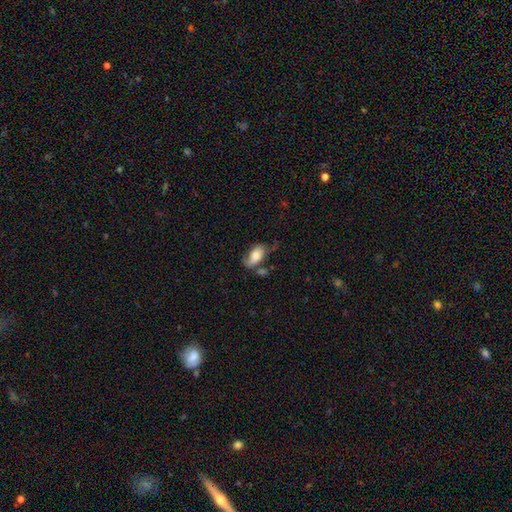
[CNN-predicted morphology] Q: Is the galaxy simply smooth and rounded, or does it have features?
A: smooth — 69%.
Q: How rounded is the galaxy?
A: in between — 91%.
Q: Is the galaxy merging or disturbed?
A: none — 44%.